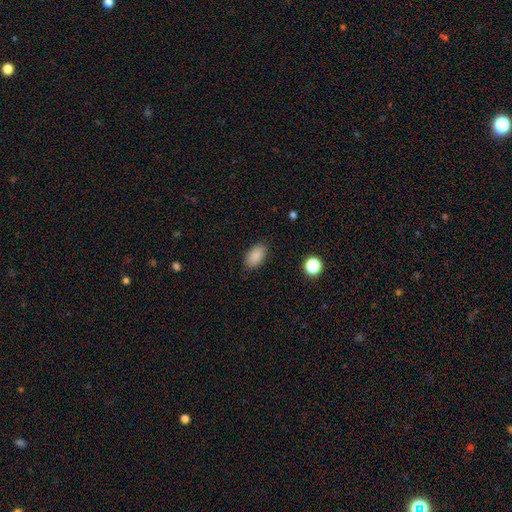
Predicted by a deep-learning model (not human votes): This appears to be a smooth galaxy with no disk features (87%) that is in between round and cigar-shaped (93%). Merging: none (86%).